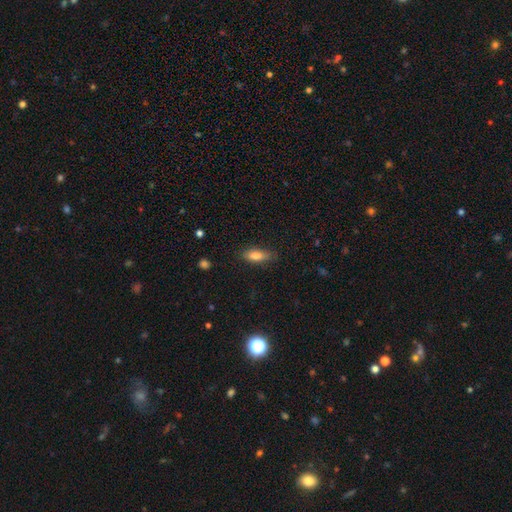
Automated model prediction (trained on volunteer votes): Smooth or featured?
  - smooth: 81% *
  - featured or disk: 11%
  - star or artifact: 8%
How rounded?
  - in between: 69% *
  - cigar-shaped: 28%
  - round: 2%
Merging?
  - none: 78% *
  - minor disturbance: 17%
  - major disturbance: 4%
  - merger: 1%